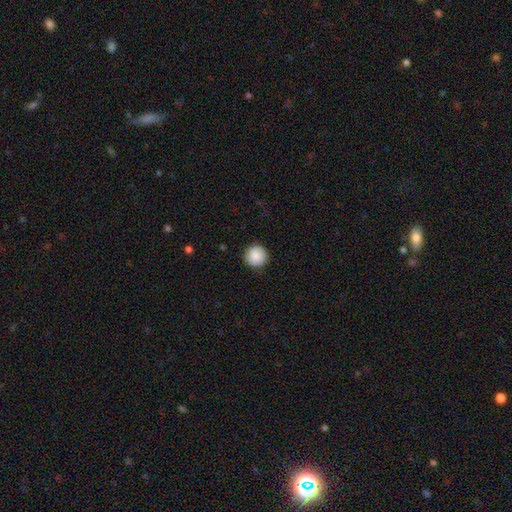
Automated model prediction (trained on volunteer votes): Smooth or featured? smooth (86%)
How rounded? round (95%)
Merging? none (88%)